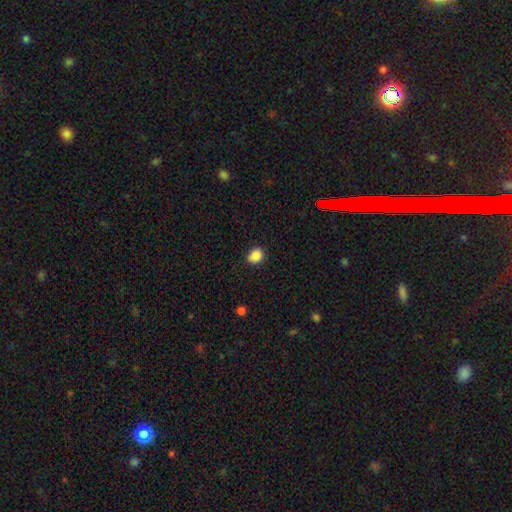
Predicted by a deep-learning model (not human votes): Smooth or featured?
  - smooth: 87% *
  - star or artifact: 10%
  - featured or disk: 3%
How rounded?
  - round: 60% *
  - in between: 39%
  - cigar-shaped: 1%
Merging?
  - none: 83% *
  - minor disturbance: 13%
  - major disturbance: 3%
  - merger: 1%